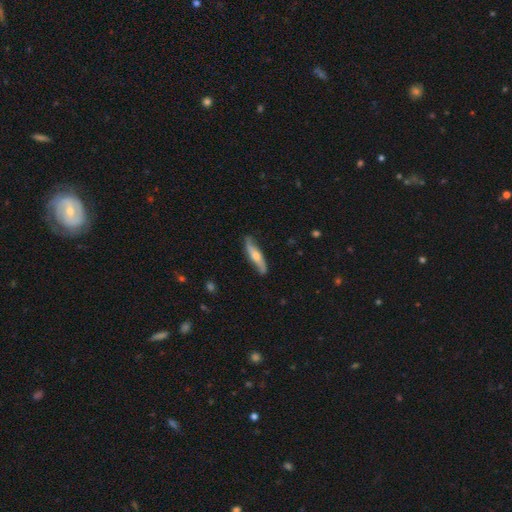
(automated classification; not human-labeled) Smooth or featured? Predicted: featured or disk (p=0.59). Edge-on disk? Predicted: yes (p=0.54). Merging? Predicted: none (p=0.81).